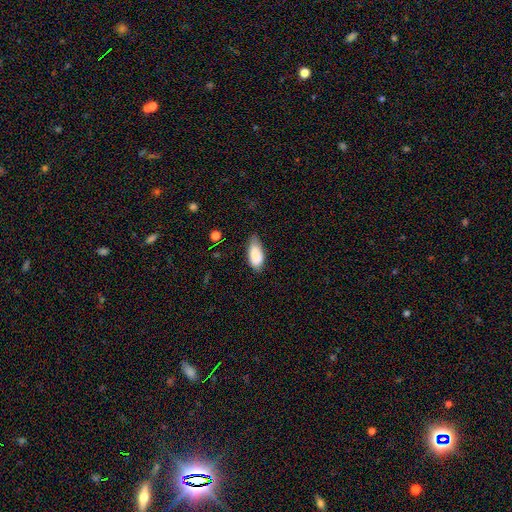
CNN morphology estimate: type=smooth (86%); roundness=in between (90%); merging=none (52%).